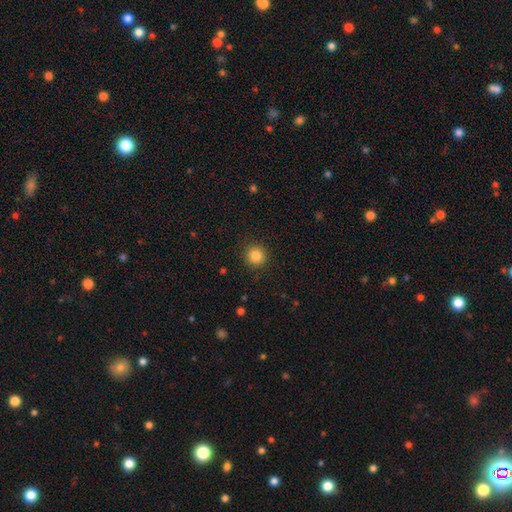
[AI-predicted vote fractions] Smooth or featured: smooth — 85% (star or artifact — 11%)
How rounded: round — 94% (in between — 5%)
Merging: none — 91% (minor disturbance — 6%)